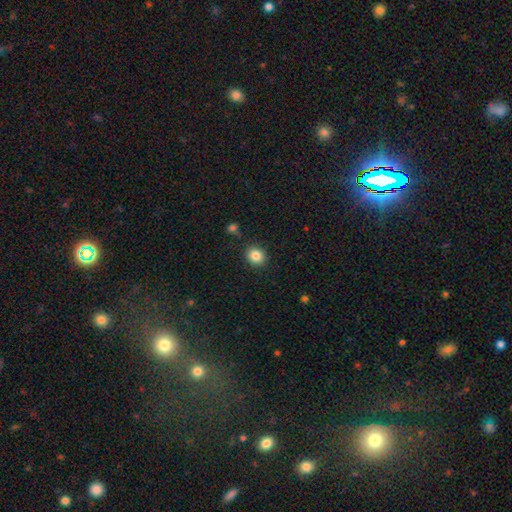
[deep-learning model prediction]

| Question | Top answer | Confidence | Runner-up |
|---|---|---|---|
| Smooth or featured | smooth | 85% | star or artifact (10%) |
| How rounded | round | 77% | in between (23%) |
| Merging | none | 87% | minor disturbance (8%) |